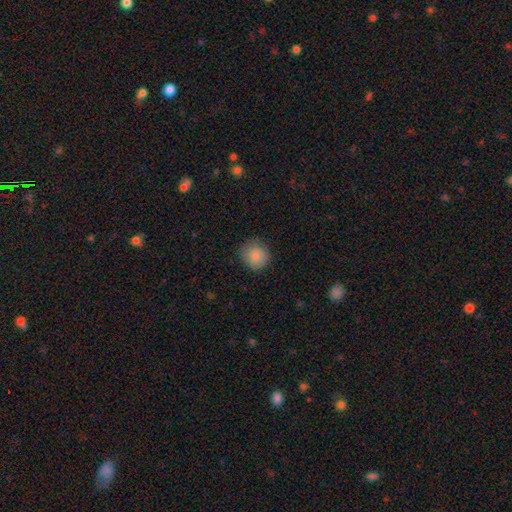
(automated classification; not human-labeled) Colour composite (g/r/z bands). It shows a smooth galaxy with no disk features (86%) that is round (87%). Merging: none (78%).